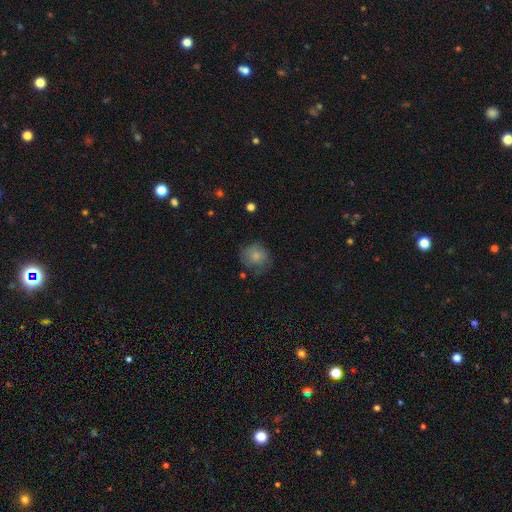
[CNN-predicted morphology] A smooth galaxy with no disk features (78%) that is round (80%).

Vote fractions:
- Smooth or featured? smooth: 78% / featured or disk: 14% / star or artifact: 9%
- How rounded? round: 80% / in between: 19% / cigar-shaped: 1%
- Merging? none: 63% / minor disturbance: 25% / major disturbance: 10% / merger: 2%